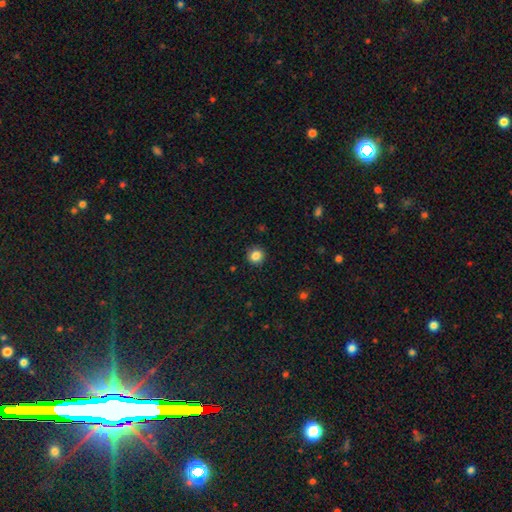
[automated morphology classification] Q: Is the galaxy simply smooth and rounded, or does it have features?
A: smooth — 84%.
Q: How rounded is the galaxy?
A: round — 92%.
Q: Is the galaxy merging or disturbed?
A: none — 91%.